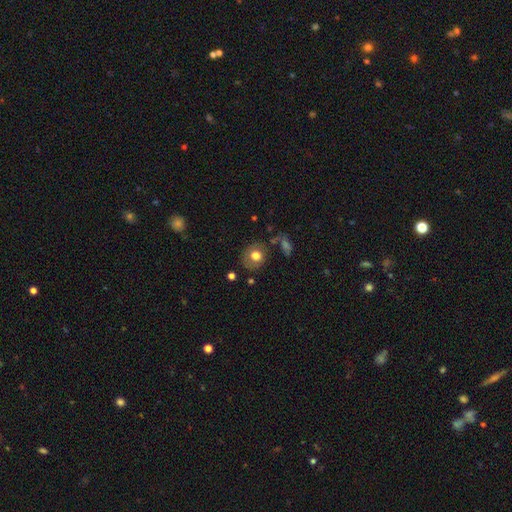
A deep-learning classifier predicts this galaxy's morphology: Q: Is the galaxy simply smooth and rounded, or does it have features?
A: smooth — 72%.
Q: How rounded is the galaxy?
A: round — 73%.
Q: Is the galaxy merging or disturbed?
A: none — 71%.